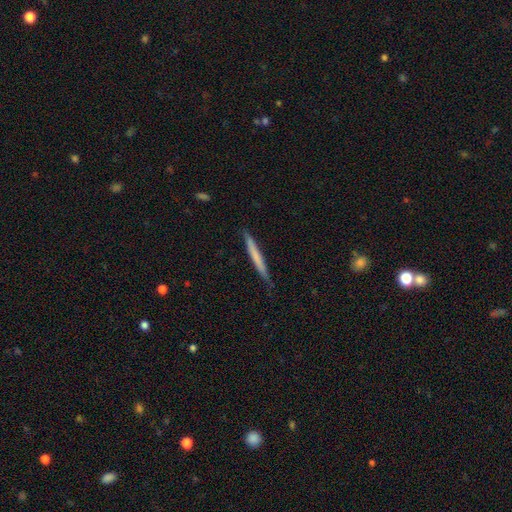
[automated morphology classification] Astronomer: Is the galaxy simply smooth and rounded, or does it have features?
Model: smooth — 61%.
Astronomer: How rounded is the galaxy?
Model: cigar-shaped — 97%.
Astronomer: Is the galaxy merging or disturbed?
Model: none — 85%.